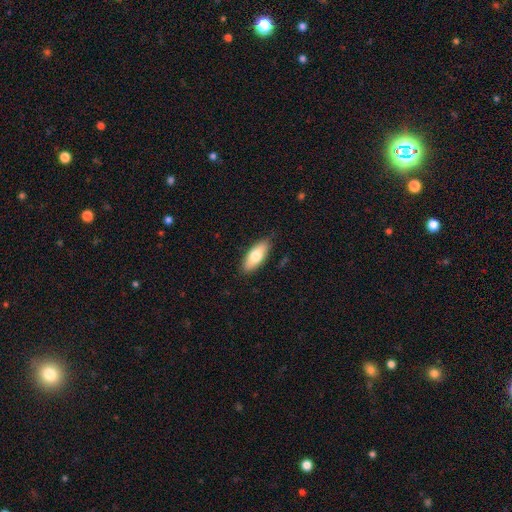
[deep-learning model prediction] Q: Smooth or featured?
A: smooth (74%); runner-up: featured or disk (20%)
Q: How rounded?
A: in between (79%); runner-up: cigar-shaped (19%)
Q: Merging?
A: none (85%); runner-up: minor disturbance (12%)